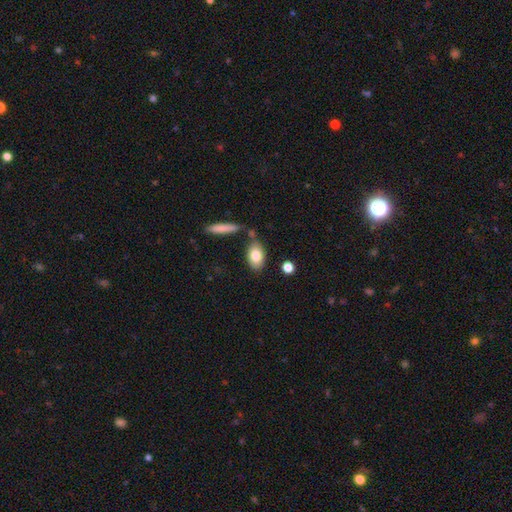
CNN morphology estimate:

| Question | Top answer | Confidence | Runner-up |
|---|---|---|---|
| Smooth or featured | smooth | 79% | featured or disk (14%) |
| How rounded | in between | 87% | round (9%) |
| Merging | none | 71% | minor disturbance (15%) |